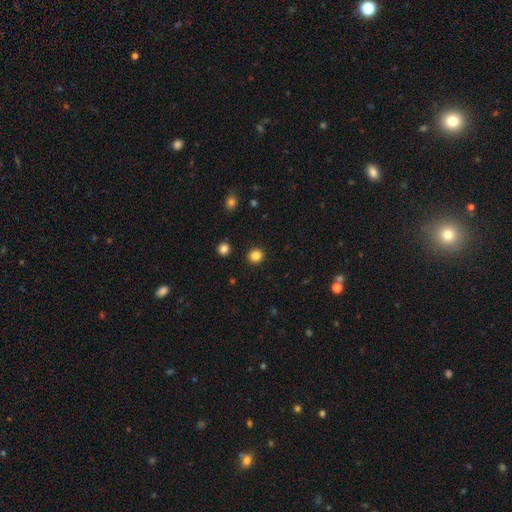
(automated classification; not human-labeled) The model was most divided on "smooth or featured": smooth: 84%, star or artifact: 12%, featured or disk: 4%. More confident: merging — none (91%); how rounded — round (87%).